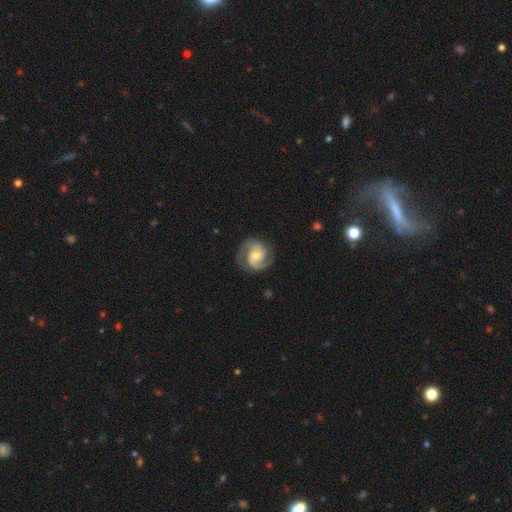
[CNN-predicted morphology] type=featured or disk (85%); edge-on=no (98%); bar=no (45%); spiral arms=yes (97%); winding=medium (52%); arm count=2 (91%); bulge=moderate (56%); merging=none (81%).